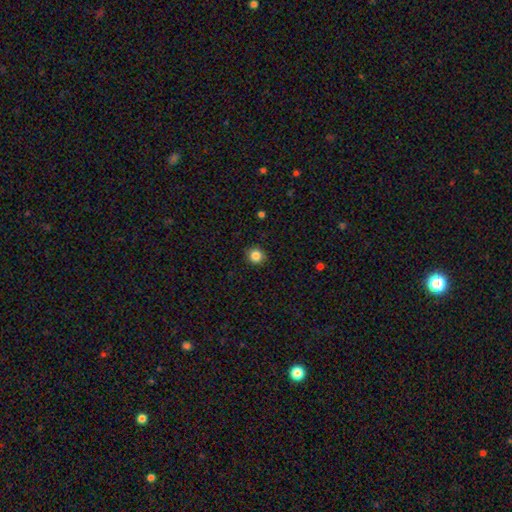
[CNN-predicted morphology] This is clearly a smooth galaxy (85%). How rounded: clearly round (92%). Merging: clearly none (91%).